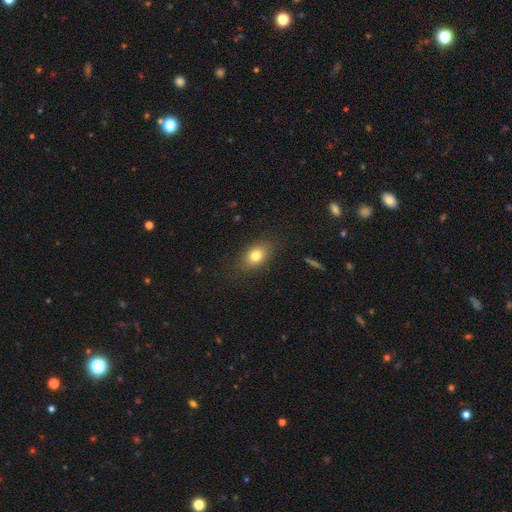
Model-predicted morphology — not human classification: Q: Smooth or featured?
A: smooth (78%); runner-up: featured or disk (11%)
Q: How rounded?
A: in between (76%); runner-up: round (22%)
Q: Merging?
A: none (84%); runner-up: minor disturbance (11%)